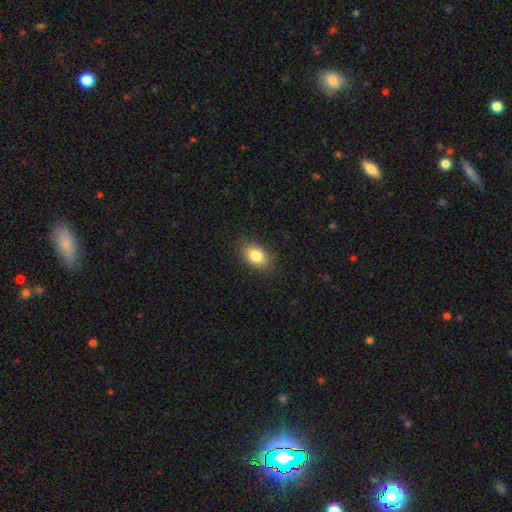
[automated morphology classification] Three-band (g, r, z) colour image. It shows a smooth galaxy with no disk features (82%) that is in between round and cigar-shaped (78%). Merging: none (83%).